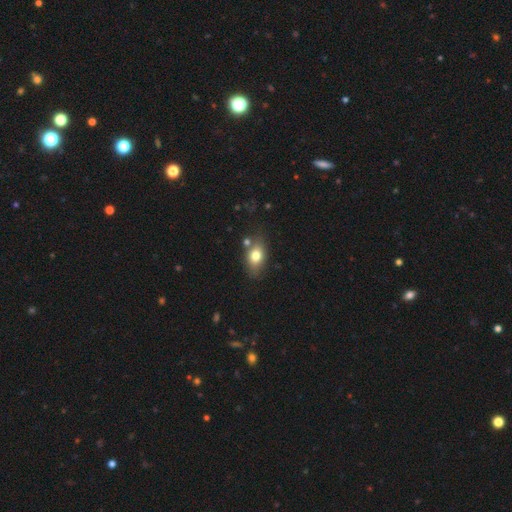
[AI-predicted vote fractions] Smooth or featured?
  - smooth: 76% *
  - featured or disk: 15%
  - star or artifact: 9%
How rounded?
  - in between: 81% *
  - round: 16%
  - cigar-shaped: 4%
Merging?
  - none: 72% *
  - minor disturbance: 16%
  - merger: 8%
  - major disturbance: 4%